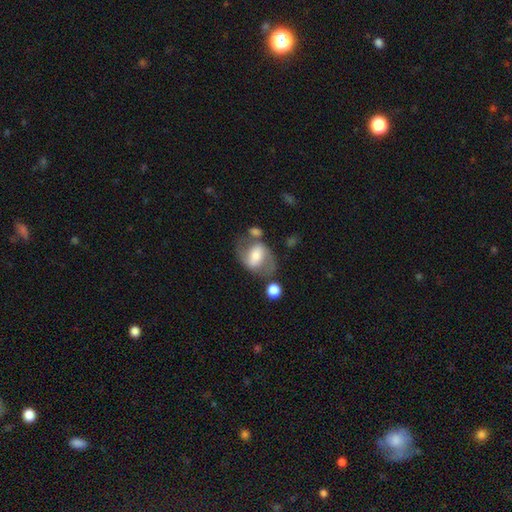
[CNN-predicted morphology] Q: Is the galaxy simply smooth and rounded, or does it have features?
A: featured or disk — 60%.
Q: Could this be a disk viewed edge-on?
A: no — 95%.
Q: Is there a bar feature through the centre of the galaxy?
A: weak — 37%, tied with strong.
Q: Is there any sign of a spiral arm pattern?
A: yes — 77%.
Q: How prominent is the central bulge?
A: moderate — 50%.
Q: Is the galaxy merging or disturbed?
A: none — 55%.